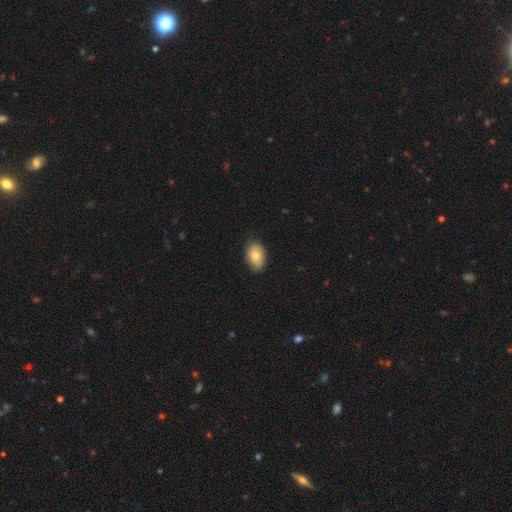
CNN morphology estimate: Smooth or featured: smooth — 79% (featured or disk — 14%)
How rounded: in between — 87% (round — 12%)
Merging: none — 81% (minor disturbance — 16%)